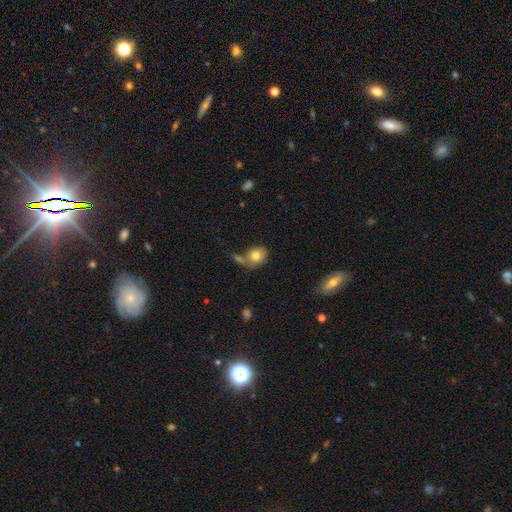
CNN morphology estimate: Smooth or featured: smooth — 79% (featured or disk — 13%)
How rounded: round — 60% (in between — 39%)
Merging: none — 45% (merger — 29%)